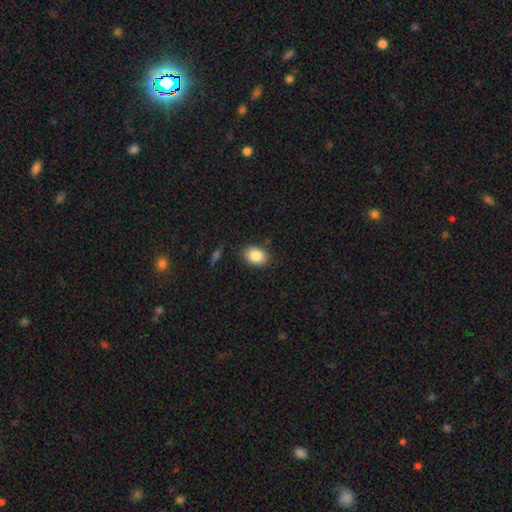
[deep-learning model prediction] This appears to be a smooth galaxy with no disk features (87%) that is in between round and cigar-shaped (78%). Merging: none (84%).